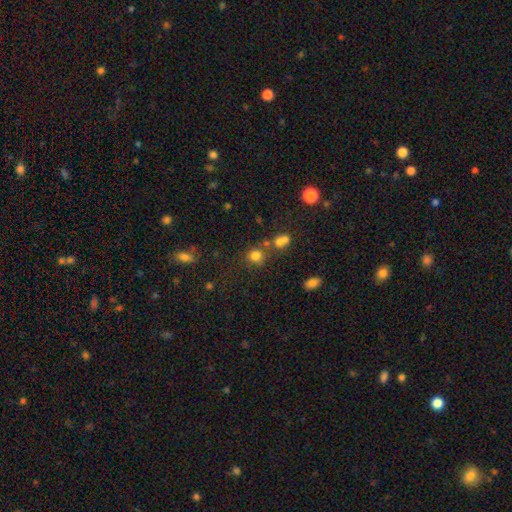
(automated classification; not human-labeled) Smooth or featured?
  - smooth: 76% *
  - star or artifact: 16%
  - featured or disk: 7%
How rounded?
  - round: 83% *
  - in between: 16%
  - cigar-shaped: 1%
Merging?
  - none: 64% *
  - merger: 19%
  - minor disturbance: 12%
  - major disturbance: 6%